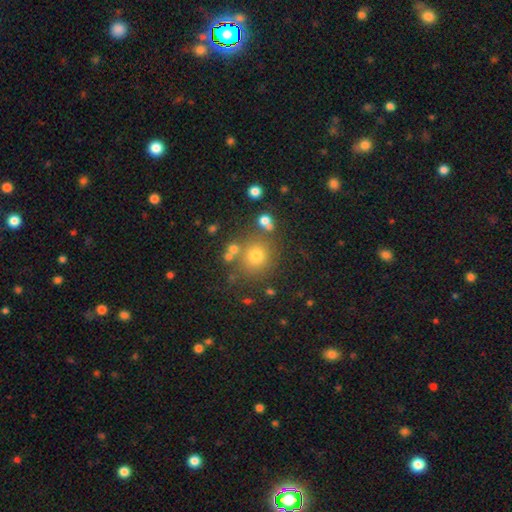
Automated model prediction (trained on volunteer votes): This is likely a smooth galaxy (71%). How rounded: clearly round (91%). Merging: likely none (77%).